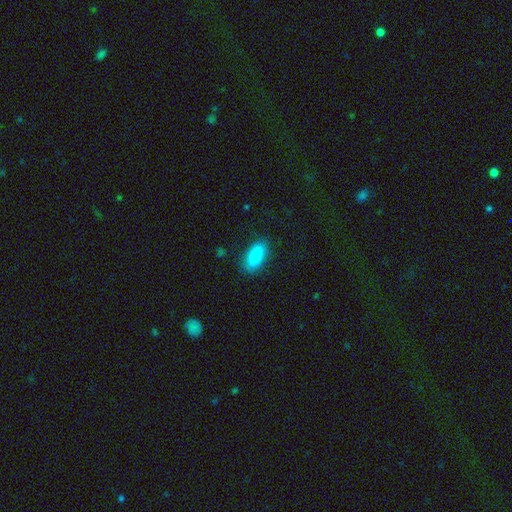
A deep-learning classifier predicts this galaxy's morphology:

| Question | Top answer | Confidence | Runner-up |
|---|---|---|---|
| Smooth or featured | smooth | 88% | star or artifact (6%) |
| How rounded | in between | 86% | cigar-shaped (12%) |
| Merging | none | 85% | minor disturbance (11%) |